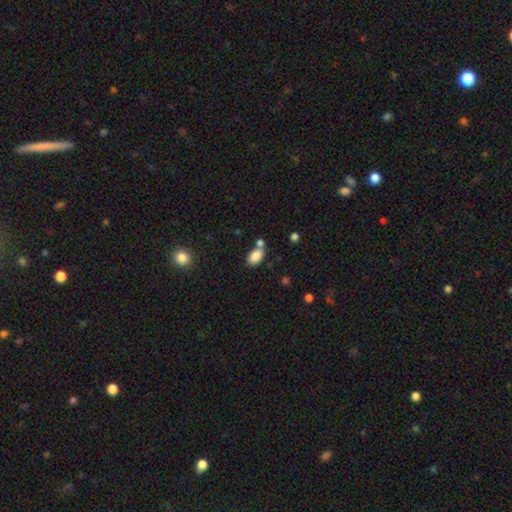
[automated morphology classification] Smooth or featured? Predicted: smooth (p=0.86). How rounded? Predicted: in between (p=0.90). Merging? Predicted: none (p=0.56).